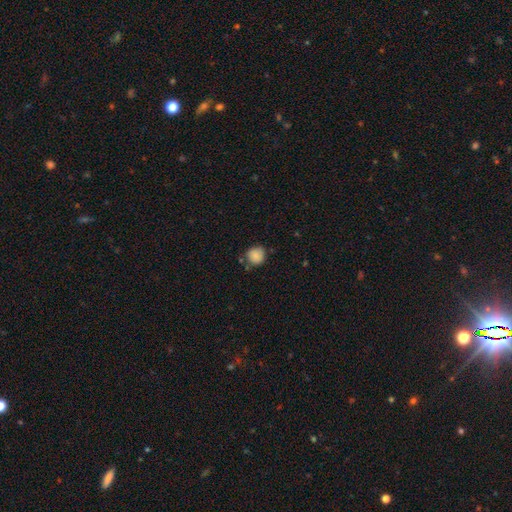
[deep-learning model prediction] This appears to be a smooth galaxy with no disk features (86%) that is round (86%). Merging: none (73%).